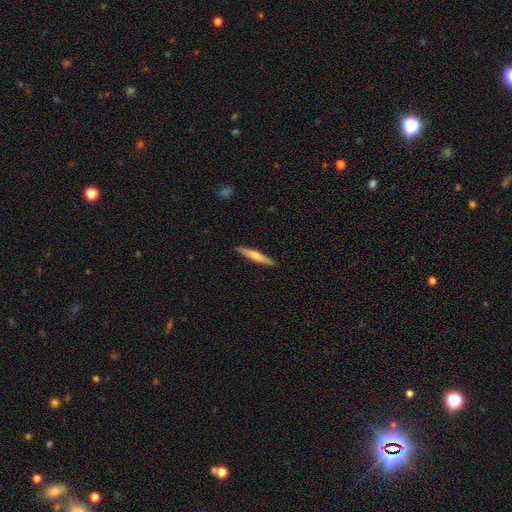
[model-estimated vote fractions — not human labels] This is possibly a smooth galaxy (47%, tied with featured or disk). Merging: clearly none (91%).